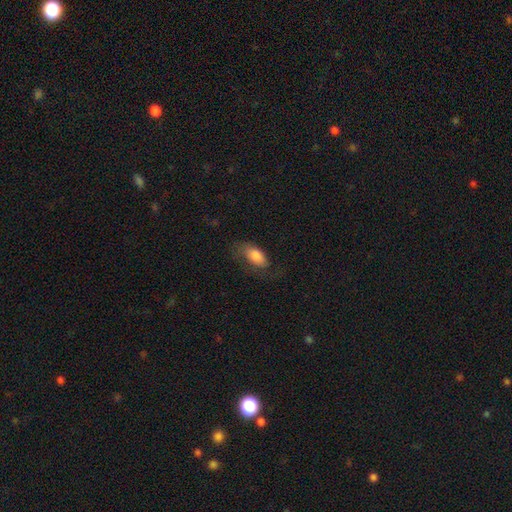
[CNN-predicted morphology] The model was most divided on "merging": none: 57%, minor disturbance: 24%, major disturbance: 18%, merger: 2%. More confident: how rounded — in between (91%); smooth or featured — smooth (78%).